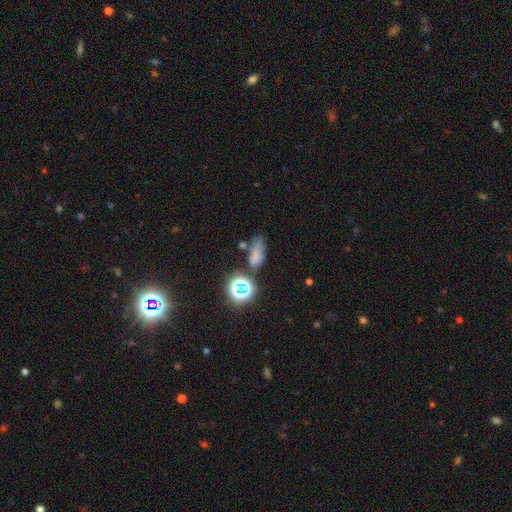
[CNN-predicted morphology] Smooth or featured? smooth (64%)
How rounded? in between (72%)
Merging? none (54%)